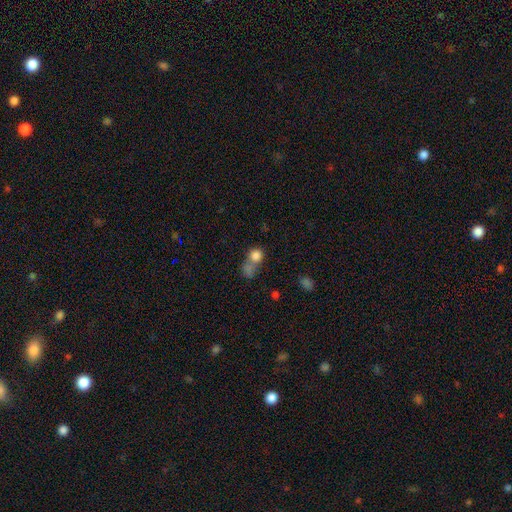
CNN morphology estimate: This is likely a smooth galaxy (78%). How rounded: likely round (78%). Merging: possibly merger (51%).